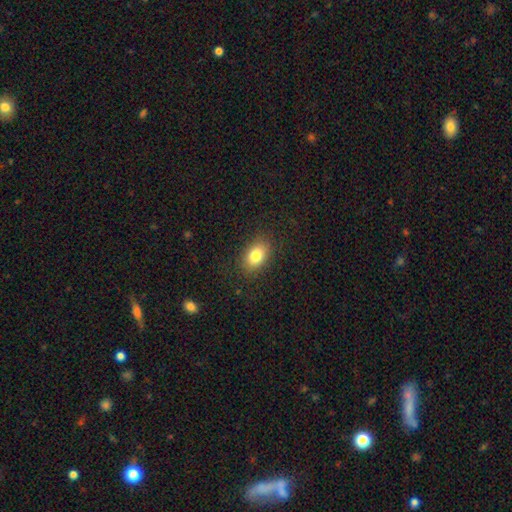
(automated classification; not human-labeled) Q: Smooth or featured?
A: smooth (81%); runner-up: featured or disk (10%)
Q: How rounded?
A: in between (83%); runner-up: round (15%)
Q: Merging?
A: none (86%); runner-up: minor disturbance (10%)